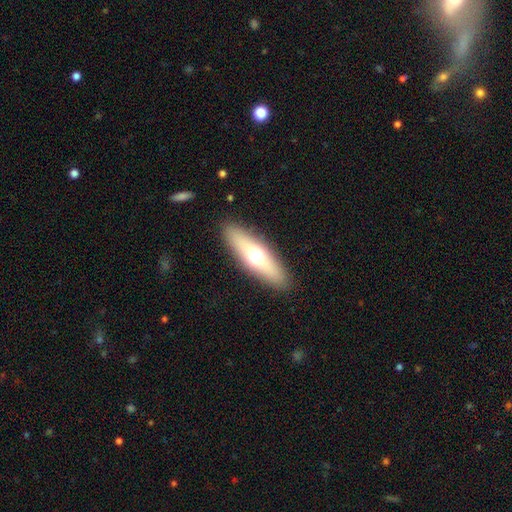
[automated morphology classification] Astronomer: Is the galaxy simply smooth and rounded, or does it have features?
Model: smooth — 55% (runner-up: featured or disk, 37%).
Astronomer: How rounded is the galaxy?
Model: cigar-shaped — 49% (runner-up: in between, 47%).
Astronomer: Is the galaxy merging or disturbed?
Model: none — 89%.